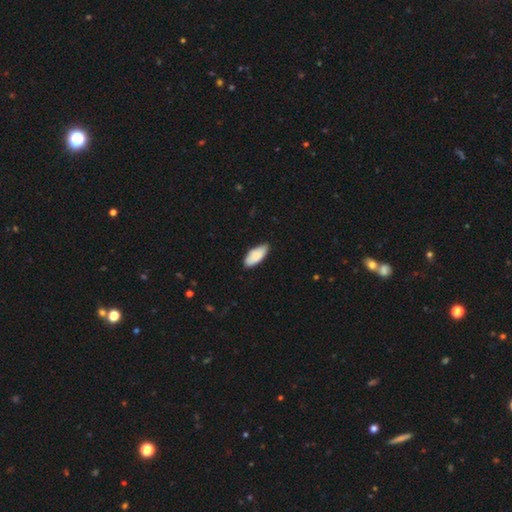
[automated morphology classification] The model was most divided on "merging": none: 74%, minor disturbance: 22%, major disturbance: 3%, merger: 1%. More confident: how rounded — in between (89%); smooth or featured — smooth (88%).